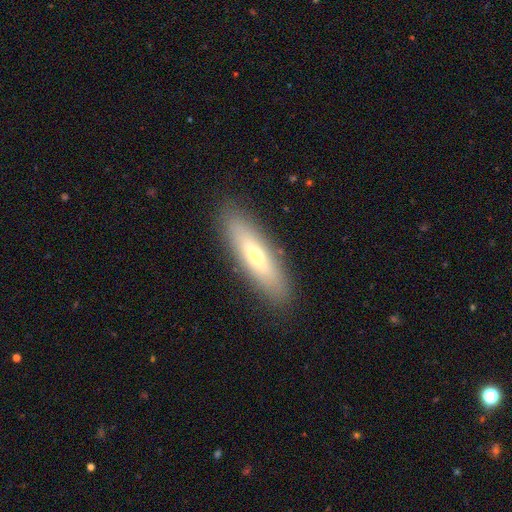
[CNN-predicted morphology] smooth 57%, featured or disk 35%, star or artifact 8%. Down the decision tree: how rounded — cigar-shaped (64%); merging — none (89%).